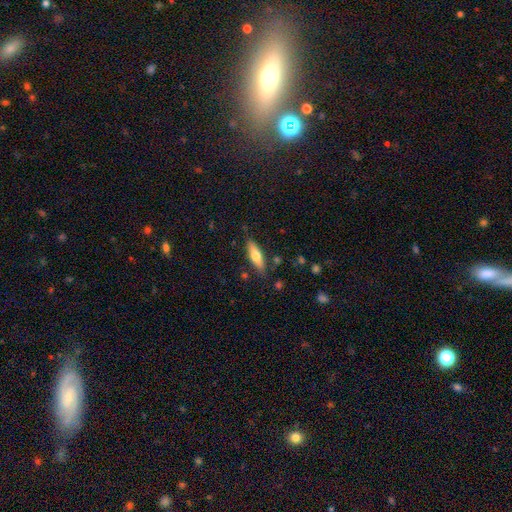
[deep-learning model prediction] smooth_or_featured: smooth (p=0.59) [alt: featured or disk p=0.35]
how_rounded: cigar-shaped (p=0.54) [alt: in between p=0.44]
merging: none (p=0.83) [alt: minor disturbance p=0.12]